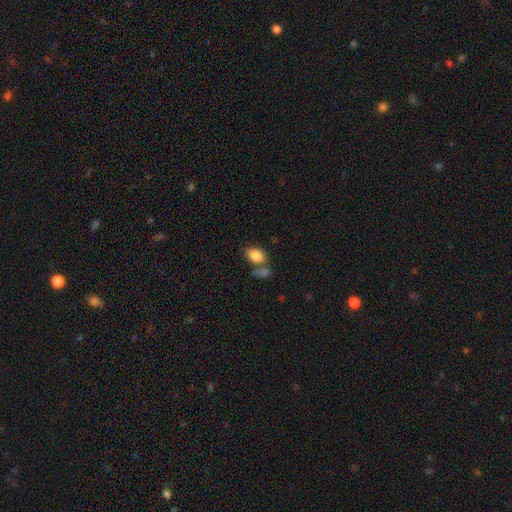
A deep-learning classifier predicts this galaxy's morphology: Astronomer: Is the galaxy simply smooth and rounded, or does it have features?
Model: smooth — 85%.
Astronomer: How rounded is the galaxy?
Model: in between — 87%.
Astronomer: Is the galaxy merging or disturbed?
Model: none — 52% (runner-up: merger, 29%).